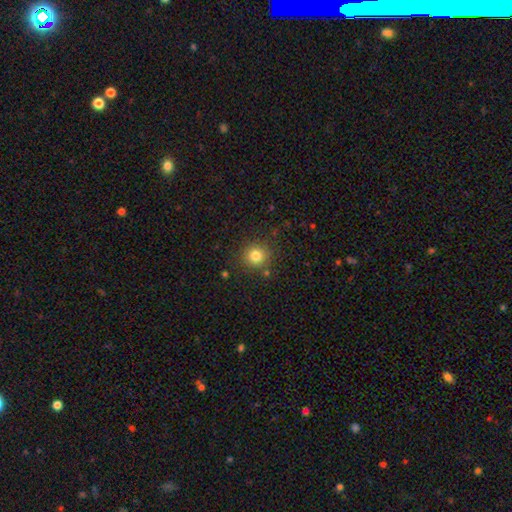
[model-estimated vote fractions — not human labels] A smooth galaxy with no disk features (81%) that is round (91%). Merging: none (86%).